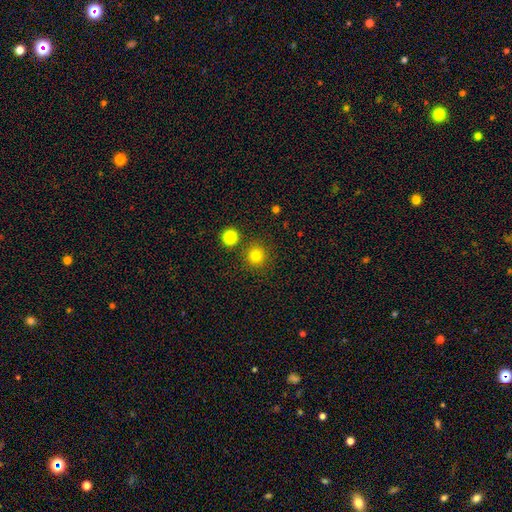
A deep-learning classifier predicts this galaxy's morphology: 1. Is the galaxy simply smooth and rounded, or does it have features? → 80% smooth, 15% star or artifact, 5% featured or disk.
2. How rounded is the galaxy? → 94% round, 5% in between, 1% cigar-shaped.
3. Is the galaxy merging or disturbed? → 85% none, 7% merger, 6% minor disturbance, 2% major disturbance.